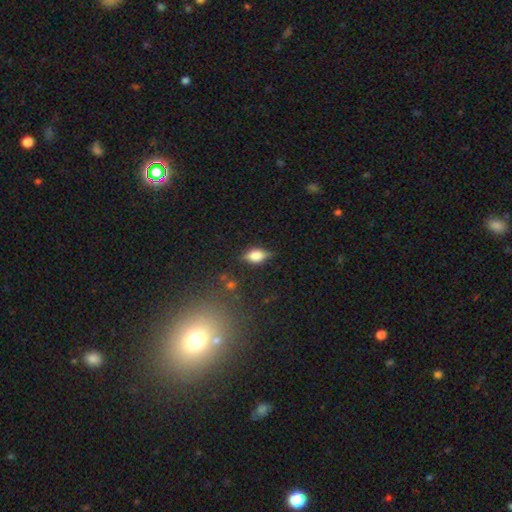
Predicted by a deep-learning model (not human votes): A smooth galaxy with no disk features (67%) that is in between round and cigar-shaped (82%). Merging: none (76%).